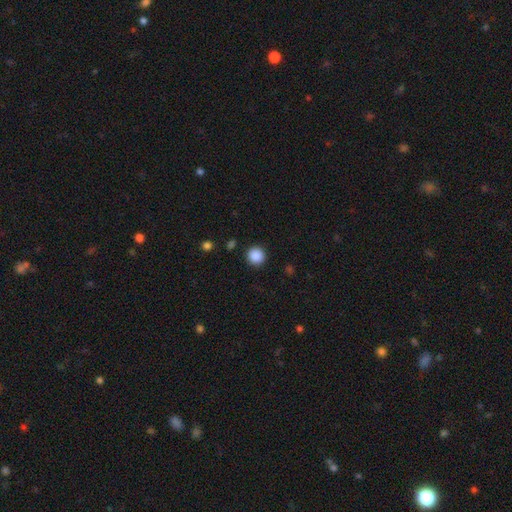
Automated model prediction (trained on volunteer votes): smooth_or_featured: smooth (p=0.88) [alt: star or artifact p=0.09]
how_rounded: round (p=0.94) [alt: in between p=0.05]
merging: none (p=0.91) [alt: minor disturbance p=0.06]